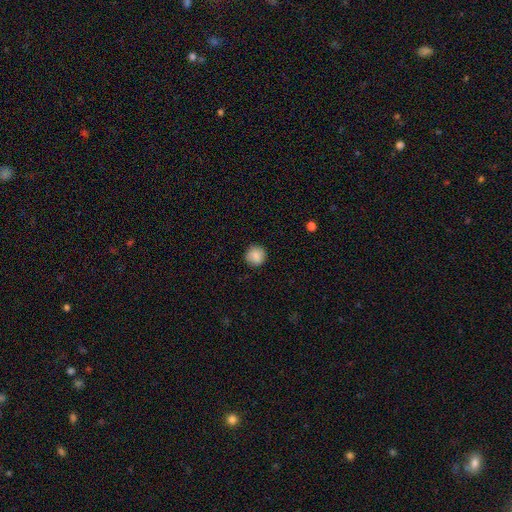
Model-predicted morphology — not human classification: Smooth or featured: smooth — 87% (star or artifact — 8%)
How rounded: round — 94% (in between — 5%)
Merging: none — 89% (minor disturbance — 8%)